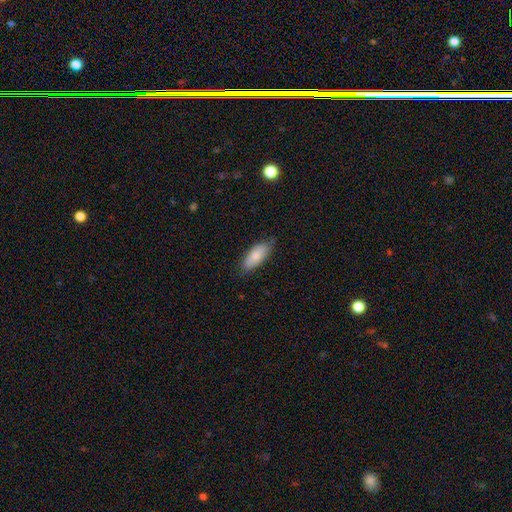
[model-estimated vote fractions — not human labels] smooth-or-featured: smooth: 80% | featured or disk: 14% | star or artifact: 6%
  how-rounded: in between: 80% | cigar-shaped: 19% | round: 2%
  merging: none: 76% | minor disturbance: 20% | major disturbance: 3% | merger: 1%